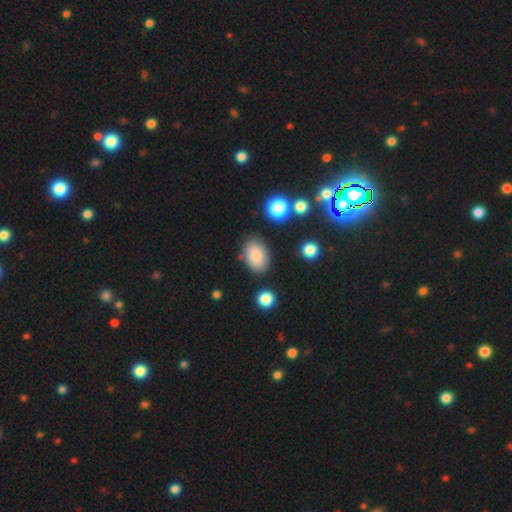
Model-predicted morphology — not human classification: smooth_or_featured: smooth (p=0.85) [alt: star or artifact p=0.09]
how_rounded: in between (p=0.89) [alt: round p=0.10]
merging: none (p=0.81) [alt: minor disturbance p=0.11]